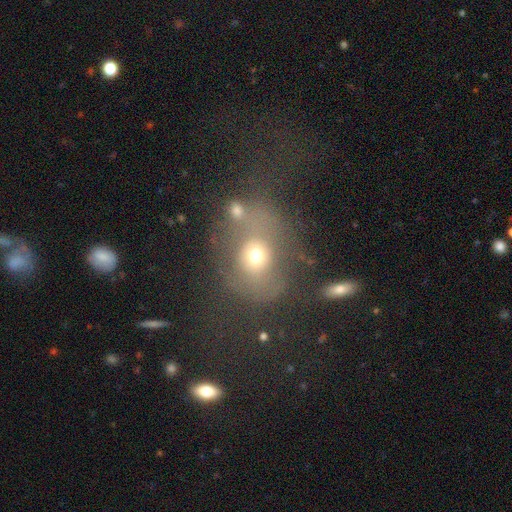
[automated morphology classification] smooth_or_featured: smooth (p=0.53) [alt: featured or disk p=0.32]
how_rounded: round (p=0.61) [alt: in between p=0.38]
merging: none (p=0.33) [alt: major disturbance p=0.29]